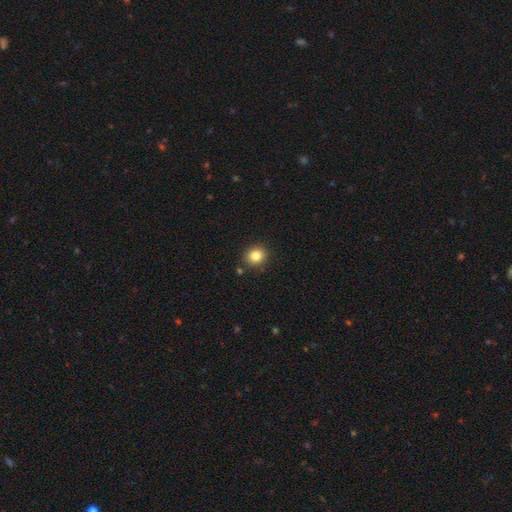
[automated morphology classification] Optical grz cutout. It shows a smooth galaxy with no disk features (82%) that is round (82%). Merging: none (86%).